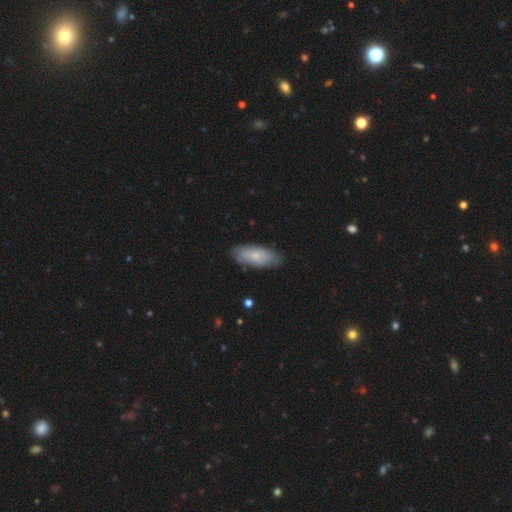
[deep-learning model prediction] smooth 69%, featured or disk 25%, star or artifact 6%. Down the decision tree: how rounded — in between (78%); merging — none (80%).